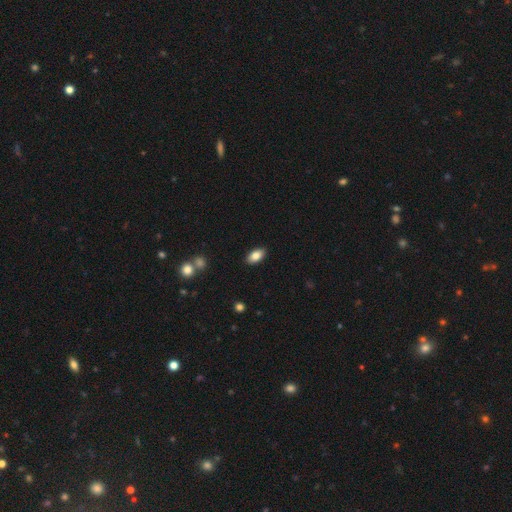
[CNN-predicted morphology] Overall: smooth (83%). How rounded: in between (92%). Merging: none (89%).